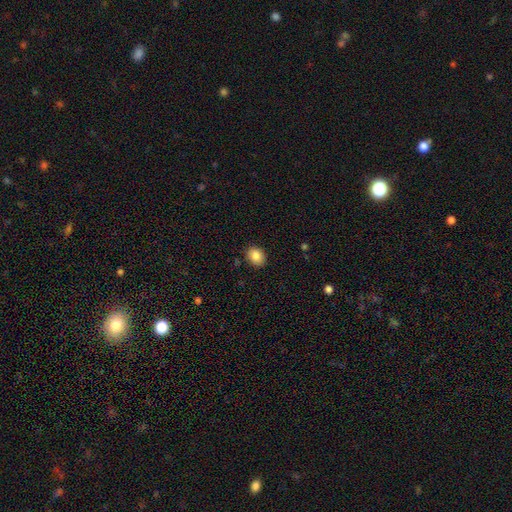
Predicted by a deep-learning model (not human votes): A smooth galaxy with no disk features (85%) that is in between round and cigar-shaped (50%). Merging: none (87%).